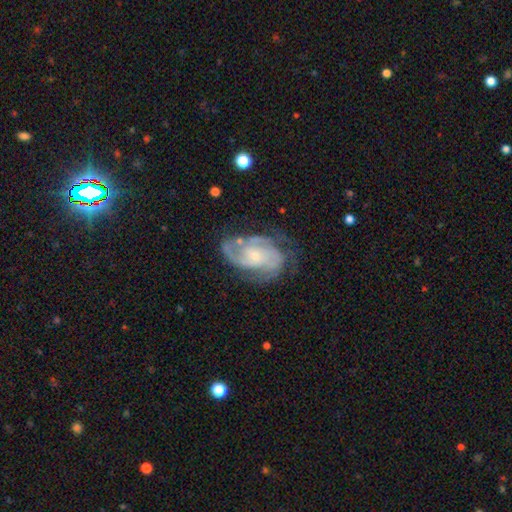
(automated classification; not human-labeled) A featured or disk galaxy (86%) with no bar (62%), 2 (48%) tight (45%) spiral arms (95%) and a small central bulge (68%).

Vote fractions:
- Smooth or featured? featured or disk: 86% / smooth: 9% / star or artifact: 5%
- Edge-on disk? no: 97% / yes: 3%
- Bar? no: 62% / weak: 32% / strong: 7%
- Spiral arms? yes: 95% / no: 5%
- Spiral winding? tight: 45% / medium: 44% / loose: 12%
- Spiral arm count? 2: 48% / 3: 20% / can't tell: 19% / 1: 5% / 4: 4% / more than 4: 3%
- Bulge size? small: 68% / moderate: 25% / none: 5% / large: 2% / dominant: 1%
- Merging? none: 59% / minor disturbance: 23% / major disturbance: 16% / merger: 2%